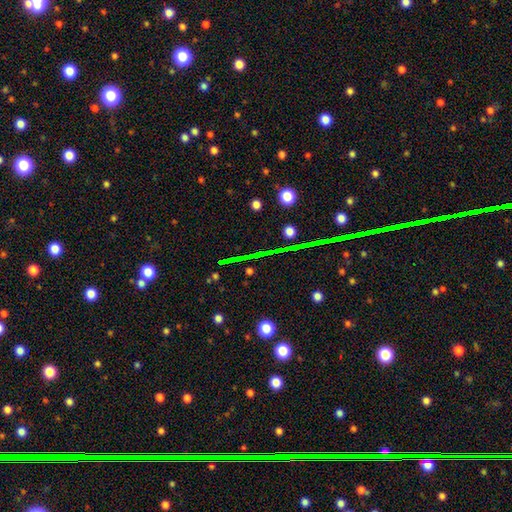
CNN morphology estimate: This appears to be a star or artifact, not a galaxy (66%).